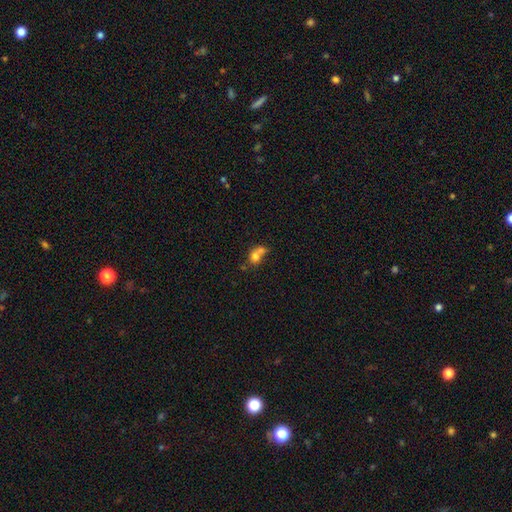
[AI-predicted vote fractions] smooth_or_featured: smooth (p=0.72) [alt: featured or disk p=0.17]
how_rounded: round (p=0.62) [alt: in between p=0.37]
merging: merger (p=0.62) [alt: none p=0.23]